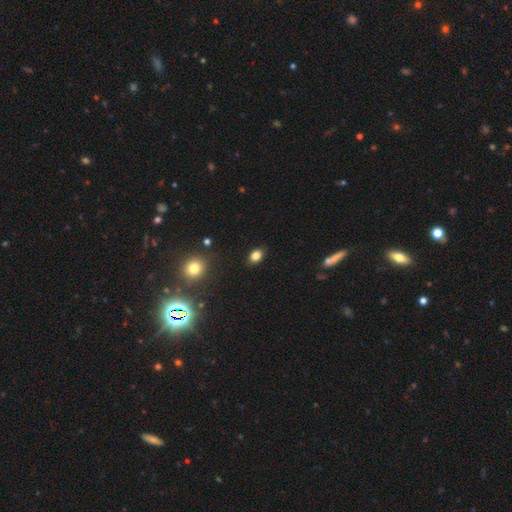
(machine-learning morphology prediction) Q: Smooth or featured?
A: smooth (83%); runner-up: star or artifact (12%)
Q: How rounded?
A: in between (75%); runner-up: round (23%)
Q: Merging?
A: none (87%); runner-up: minor disturbance (9%)